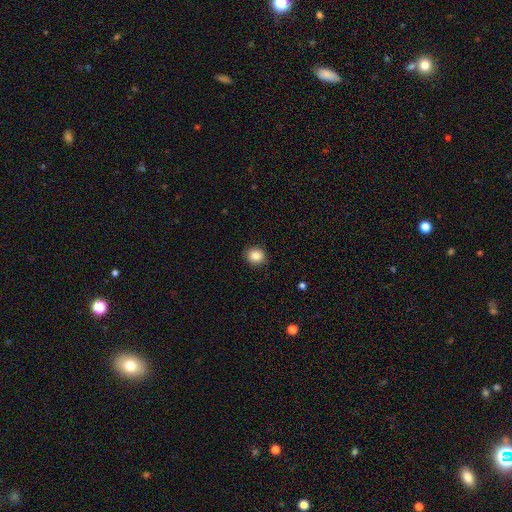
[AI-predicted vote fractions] Smooth or featured? Predicted: smooth (p=0.85). How rounded? Predicted: round (p=0.82). Merging? Predicted: none (p=0.89).